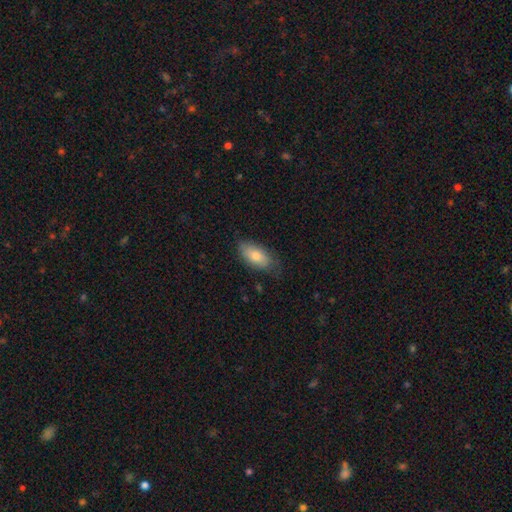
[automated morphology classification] Smooth or featured? smooth (74%)
How rounded? in between (91%)
Merging? none (70%)